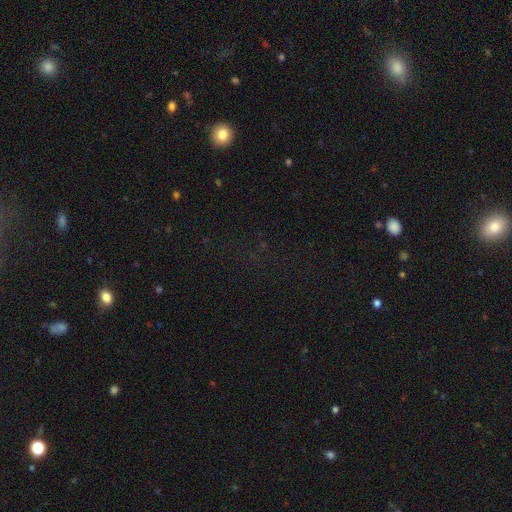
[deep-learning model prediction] This is possibly a star or artifact rather than a galaxy (59%).